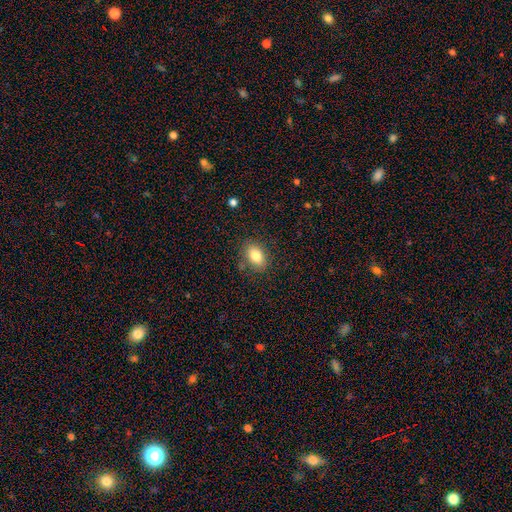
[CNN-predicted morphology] Smooth or featured? smooth (83%)
How rounded? in between (82%)
Merging? none (82%)